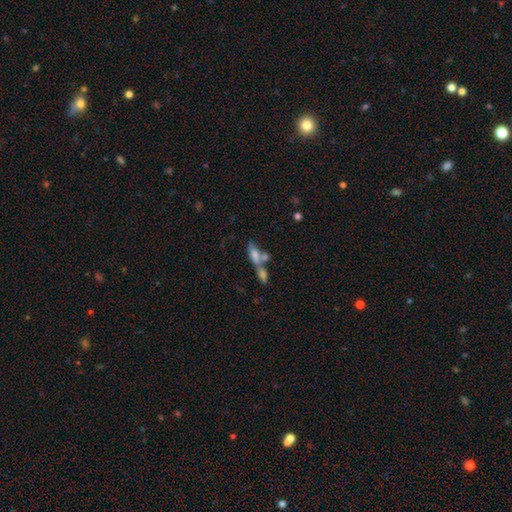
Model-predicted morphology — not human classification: Smooth or featured: smooth — 63% (featured or disk — 27%)
How rounded: in between — 61% (cigar-shaped — 34%)
Merging: merger — 59% (none — 25%)